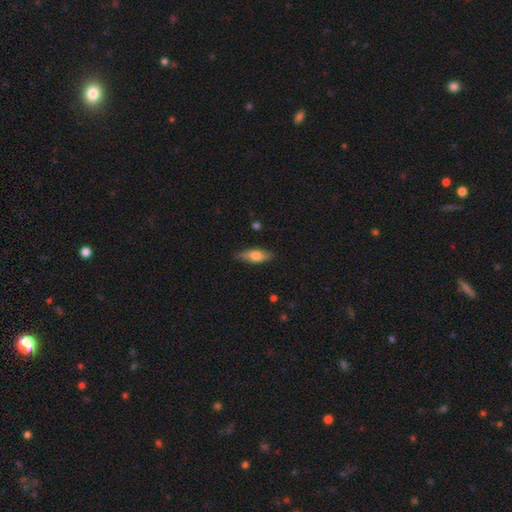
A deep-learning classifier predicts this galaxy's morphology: This is likely a smooth galaxy (66%). How rounded: likely in between (65%). Merging: clearly none (81%).